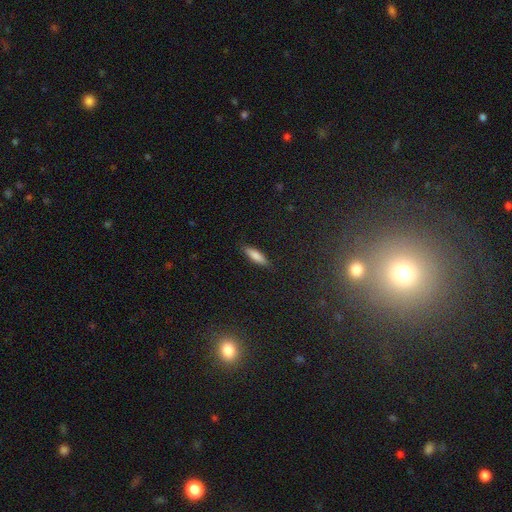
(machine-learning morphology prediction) smooth 79%, featured or disk 14%, star or artifact 7%. Down the decision tree: how rounded — cigar-shaped (71%); merging — none (88%).